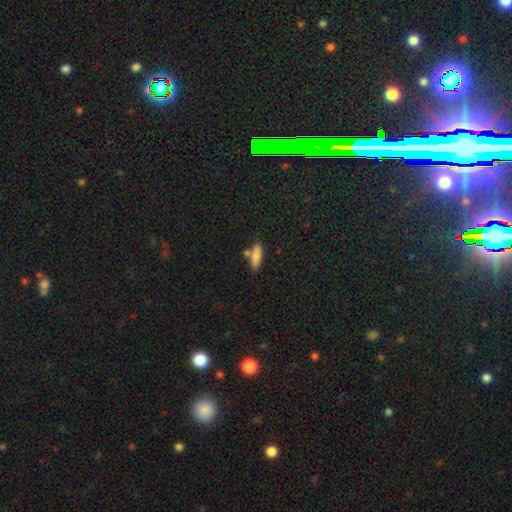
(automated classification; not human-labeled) Smooth or featured? Predicted: smooth (p=0.81). How rounded? Predicted: in between (p=0.51). Merging? Predicted: none (p=0.68).